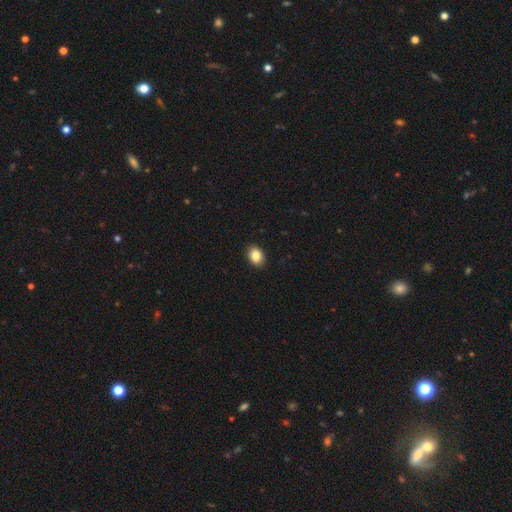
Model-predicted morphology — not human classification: smooth-or-featured: smooth: 86% | star or artifact: 8% | featured or disk: 6%
  how-rounded: in between: 73% | round: 26% | cigar-shaped: 1%
  merging: none: 90% | minor disturbance: 7% | major disturbance: 2% | merger: 1%